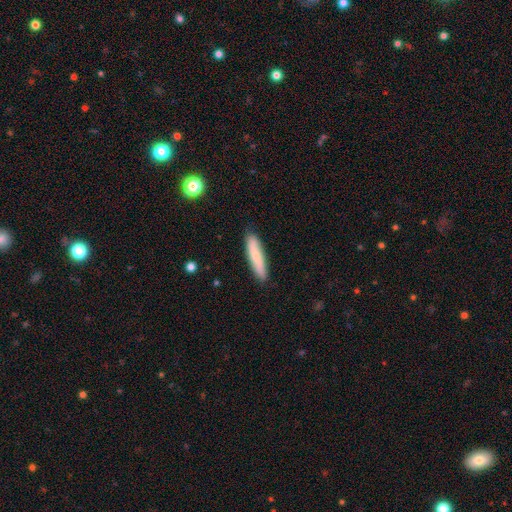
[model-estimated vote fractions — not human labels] smooth_or_featured: smooth (p=0.78) [alt: featured or disk p=0.16]
how_rounded: cigar-shaped (p=0.85) [alt: in between p=0.14]
merging: none (p=0.87) [alt: minor disturbance p=0.10]